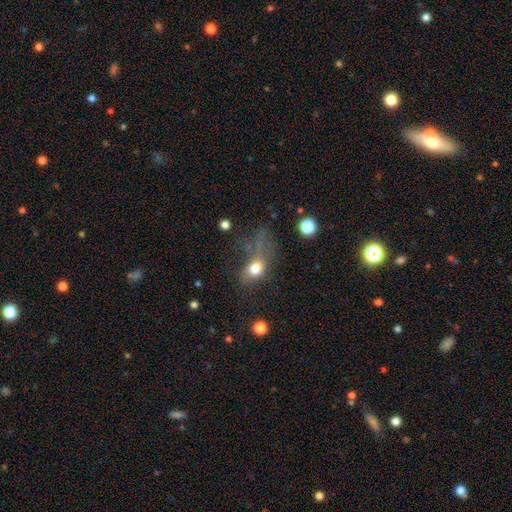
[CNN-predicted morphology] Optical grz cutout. It shows a smooth galaxy with no disk features (50%) that is in between round and cigar-shaped (55%). Merging: none (44%).